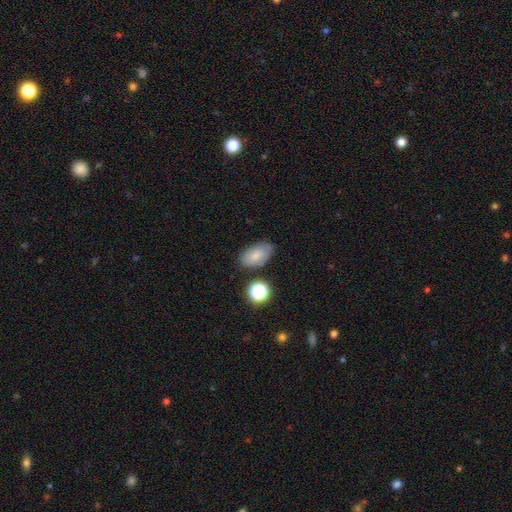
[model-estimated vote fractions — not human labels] Smooth or featured? Predicted: smooth (p=0.78). How rounded? Predicted: in between (p=0.91). Merging? Predicted: none (p=0.75).